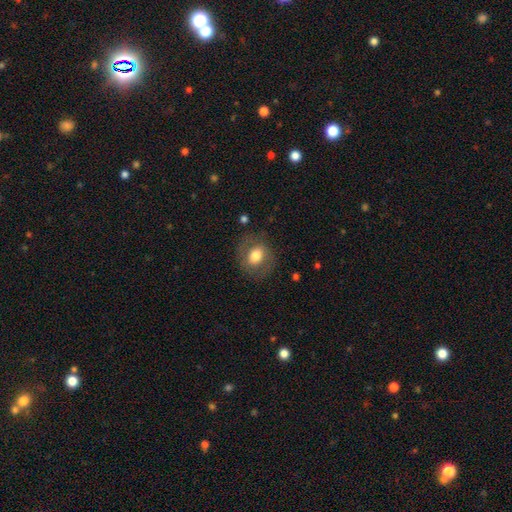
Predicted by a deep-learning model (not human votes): Q: Smooth or featured?
A: smooth (63%); runner-up: featured or disk (29%)
Q: How rounded?
A: round (55%); runner-up: in between (44%)
Q: Merging?
A: none (74%); runner-up: minor disturbance (16%)